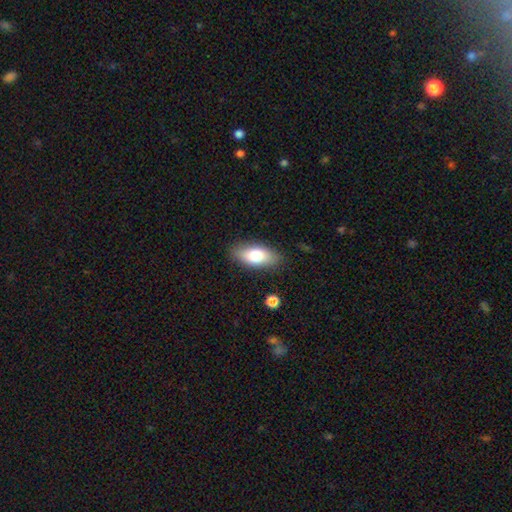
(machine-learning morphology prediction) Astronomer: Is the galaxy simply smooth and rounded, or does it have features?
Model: smooth — 76%.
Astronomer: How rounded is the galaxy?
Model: in between — 86%.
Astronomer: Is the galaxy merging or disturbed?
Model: none — 85%.